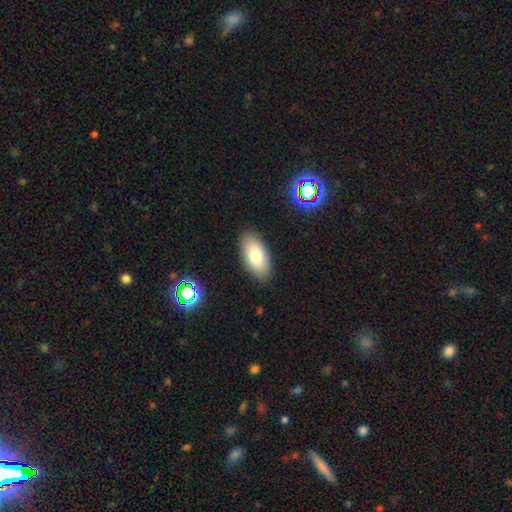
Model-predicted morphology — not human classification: Smooth or featured: smooth — 78% (featured or disk — 14%)
How rounded: in between — 93% (cigar-shaped — 4%)
Merging: none — 87% (minor disturbance — 10%)